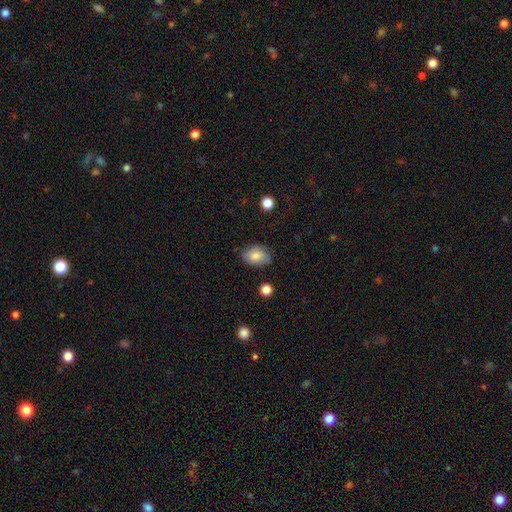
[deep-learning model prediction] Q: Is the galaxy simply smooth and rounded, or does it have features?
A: smooth — 79%.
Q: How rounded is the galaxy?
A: in between — 81%.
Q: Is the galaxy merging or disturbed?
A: none — 72%.